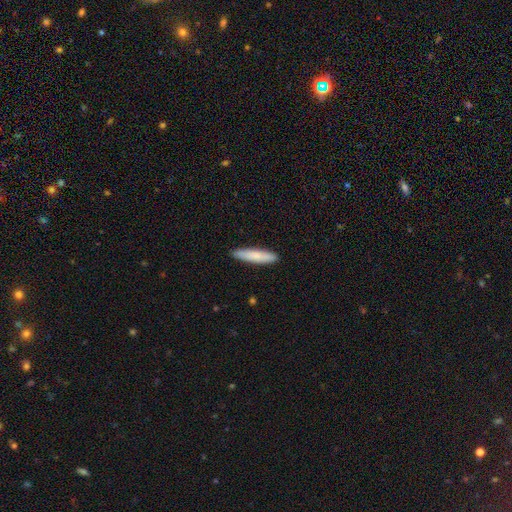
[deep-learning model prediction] Smooth or featured? Predicted: smooth (p=0.78). How rounded? Predicted: cigar-shaped (p=0.87). Merging? Predicted: none (p=0.90).